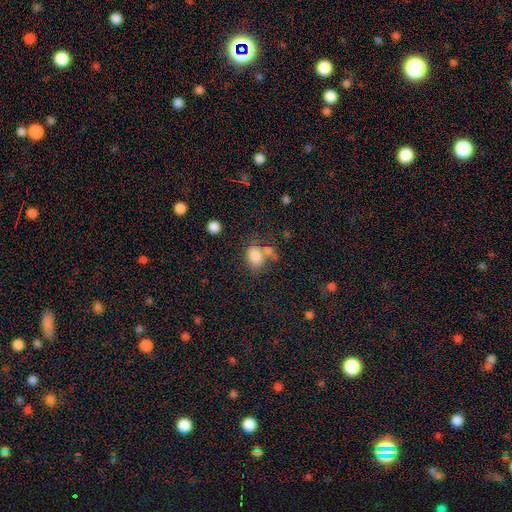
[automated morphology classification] Q: Smooth or featured?
A: smooth (81%); runner-up: star or artifact (10%)
Q: How rounded?
A: in between (71%); runner-up: round (28%)
Q: Merging?
A: none (46%); runner-up: merger (29%)